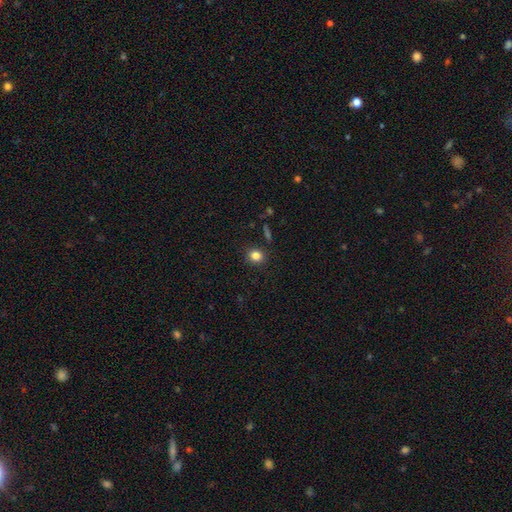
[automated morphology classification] smooth 82%, star or artifact 12%, featured or disk 6%. Down the decision tree: how rounded — round (77%); merging — none (88%).